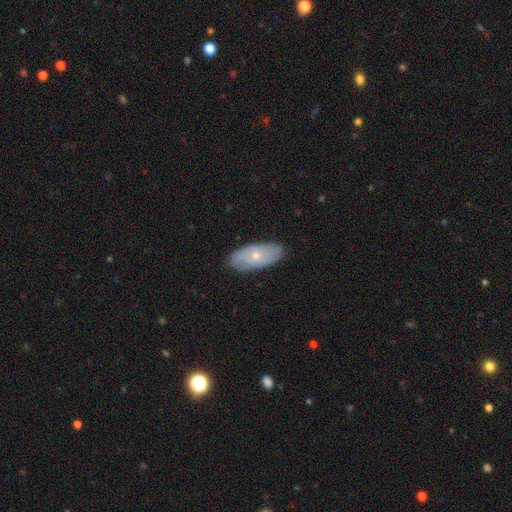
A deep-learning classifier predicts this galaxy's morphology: smooth-or-featured: smooth: 51% | featured or disk: 43% | star or artifact: 7%
  how-rounded: in between: 87% | cigar-shaped: 9% | round: 4%
  merging: none: 83% | minor disturbance: 13% | major disturbance: 2% | merger: 1%